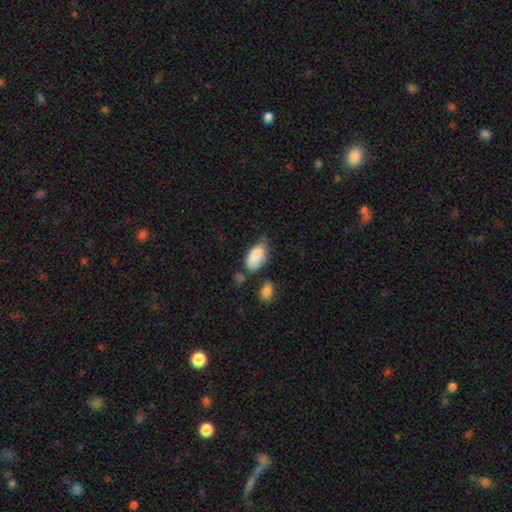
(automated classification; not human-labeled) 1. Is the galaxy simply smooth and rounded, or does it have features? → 83% smooth, 10% featured or disk, 7% star or artifact.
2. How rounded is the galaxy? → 94% in between, 3% round, 3% cigar-shaped.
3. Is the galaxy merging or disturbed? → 40% minor disturbance, 38% none, 14% major disturbance, 9% merger.